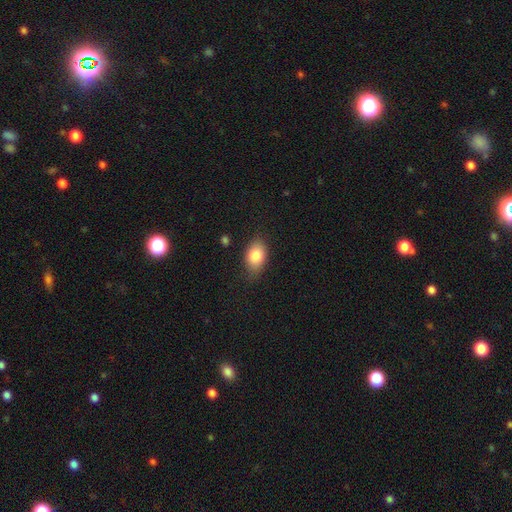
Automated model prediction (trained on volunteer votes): A smooth galaxy with no disk features (83%) that is in between round and cigar-shaped (84%).

Vote fractions:
- Smooth or featured? smooth: 83% / featured or disk: 9% / star or artifact: 8%
- How rounded? in between: 84% / round: 14% / cigar-shaped: 2%
- Merging? none: 75% / minor disturbance: 19% / major disturbance: 4% / merger: 2%